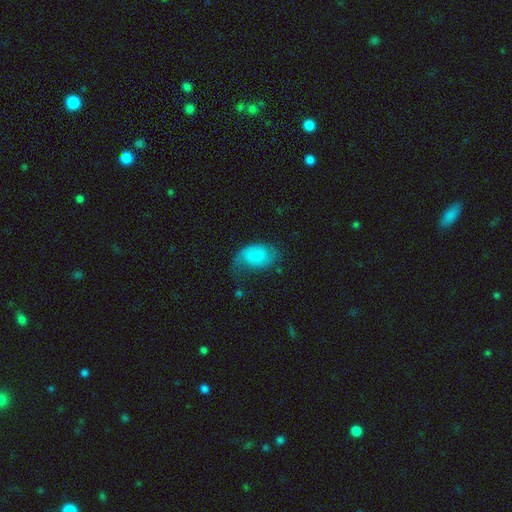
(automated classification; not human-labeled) A smooth galaxy with no disk features (58%) that is in between round and cigar-shaped (88%).

Vote fractions:
- Smooth or featured? smooth: 58% / featured or disk: 34% / star or artifact: 8%
- How rounded? in between: 88% / round: 10% / cigar-shaped: 2%
- Merging? none: 34% / major disturbance: 32% / minor disturbance: 31% / merger: 3%